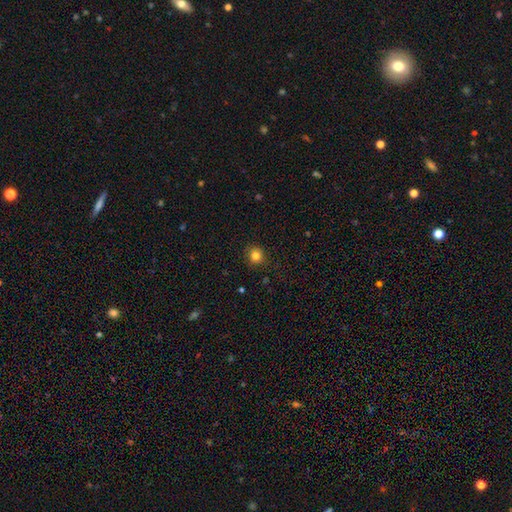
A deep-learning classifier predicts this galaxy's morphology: smooth 82%, star or artifact 13%, featured or disk 5%. Down the decision tree: how rounded — round (90%); merging — none (88%).